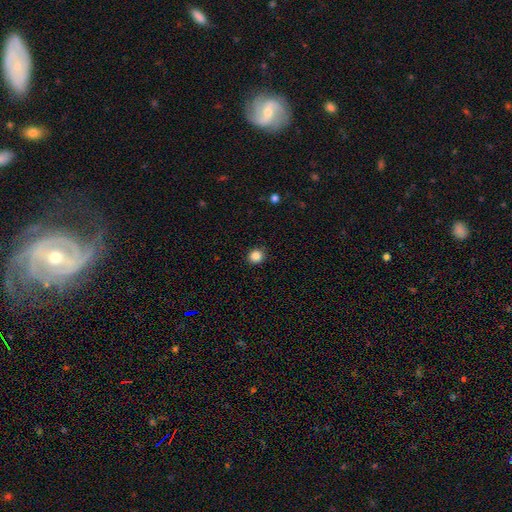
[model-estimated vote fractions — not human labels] Q: Smooth or featured?
A: smooth (85%); runner-up: star or artifact (11%)
Q: How rounded?
A: round (89%); runner-up: in between (10%)
Q: Merging?
A: none (92%); runner-up: minor disturbance (6%)